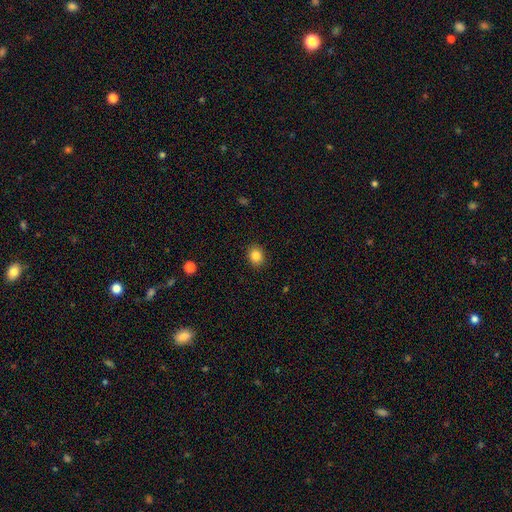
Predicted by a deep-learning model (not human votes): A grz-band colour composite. It shows a smooth galaxy with no disk features (85%) that is round (66%). Merging: none (90%).